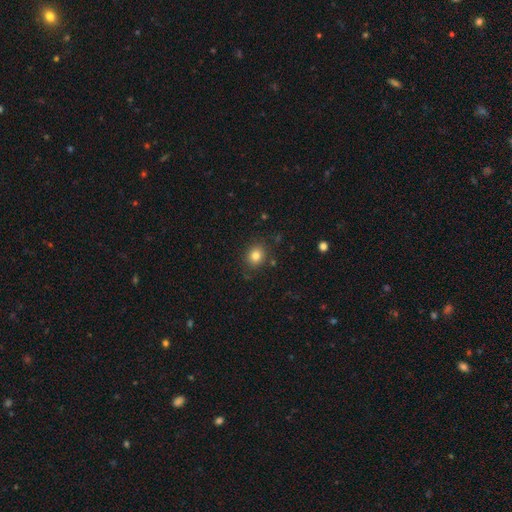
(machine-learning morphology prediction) Smooth or featured? smooth (81%)
How rounded? round (68%)
Merging? none (85%)